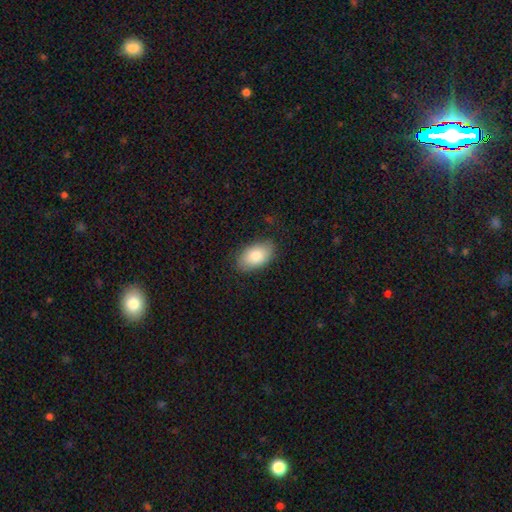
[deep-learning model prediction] smooth_or_featured: smooth (p=0.81) [alt: featured or disk p=0.12]
how_rounded: in between (p=0.93) [alt: round p=0.06]
merging: none (p=0.84) [alt: minor disturbance p=0.12]